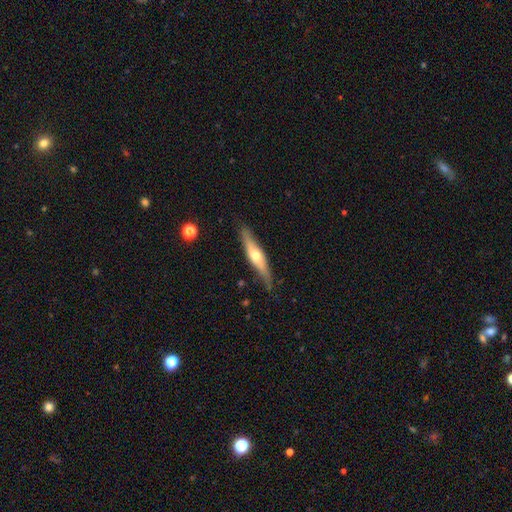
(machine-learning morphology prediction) Smooth or featured? Predicted: featured or disk (p=0.58). Edge-on disk? Predicted: yes (p=0.87). Merging? Predicted: none (p=0.80).